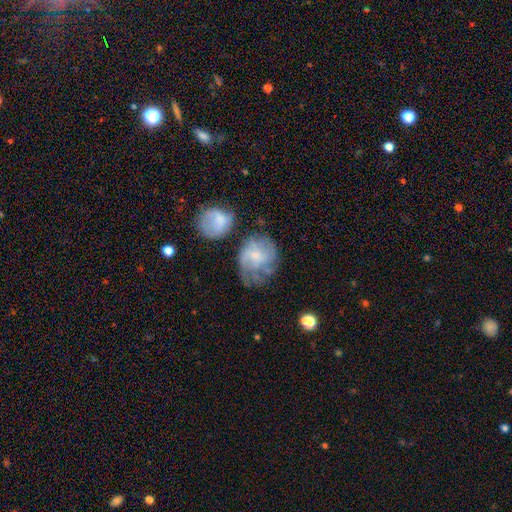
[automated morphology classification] Overall: featured or disk (51%; smooth 40%). Edge-on disk: no (97%). Merging: none (41%; minor disturbance 25%).